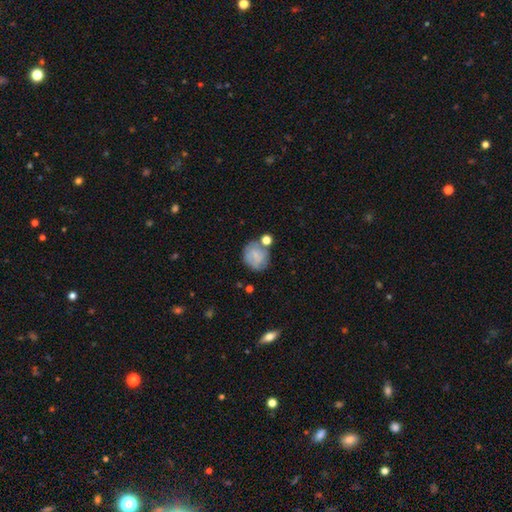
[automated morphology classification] Smooth or featured? Predicted: smooth (p=0.64). How rounded? Predicted: round (p=0.76). Merging? Predicted: none (p=0.56).